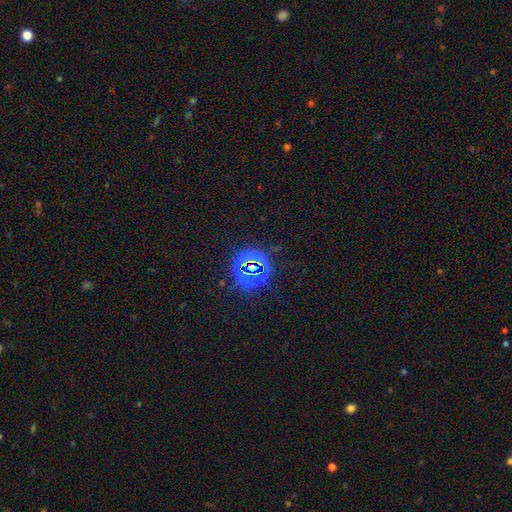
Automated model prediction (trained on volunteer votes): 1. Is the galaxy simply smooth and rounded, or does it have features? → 80% star or artifact, 13% smooth, 7% featured or disk.